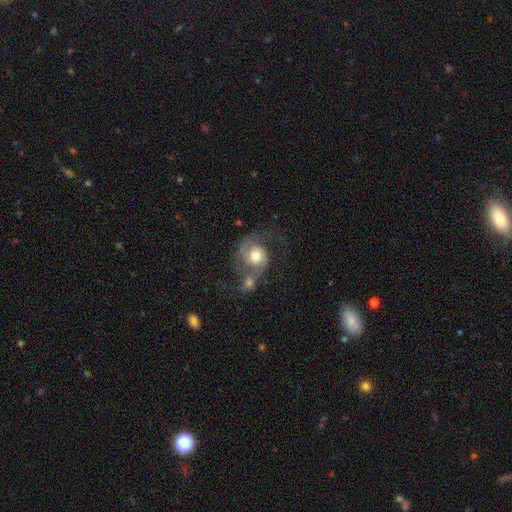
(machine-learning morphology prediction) This is likely a featured or disk galaxy (76%). It is clearly not viewed edge-on (98%). Bar: likely no (74%). Spiral arm pattern: clearly yes (93%). Spiral arm count: clearly 2 (86%). Spiral winding: possibly medium (47%). Central bulge: likely moderate (64%). Merging: marginally none (34%).